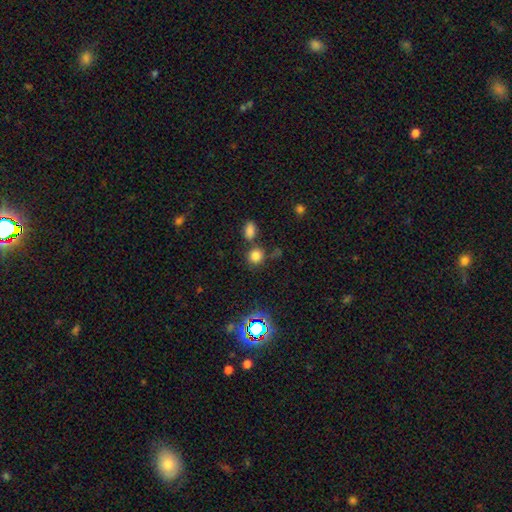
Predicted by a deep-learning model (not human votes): smooth-or-featured: smooth: 77% | star or artifact: 17% | featured or disk: 5%
  how-rounded: round: 82% | in between: 17% | cigar-shaped: 1%
  merging: none: 70% | merger: 15% | minor disturbance: 10% | major disturbance: 4%